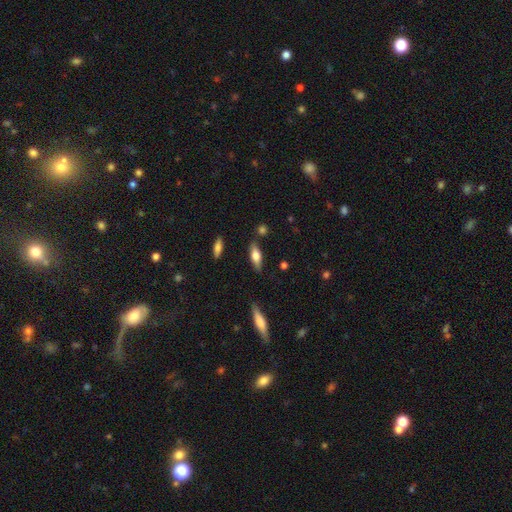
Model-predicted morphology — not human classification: A smooth galaxy with no disk features (55%) that is in between round and cigar-shaped (59%).

Vote fractions:
- Smooth or featured? smooth: 55% / featured or disk: 38% / star or artifact: 7%
- How rounded? in between: 59% / cigar-shaped: 38% / round: 3%
- Merging? none: 79% / minor disturbance: 14% / merger: 4% / major disturbance: 3%